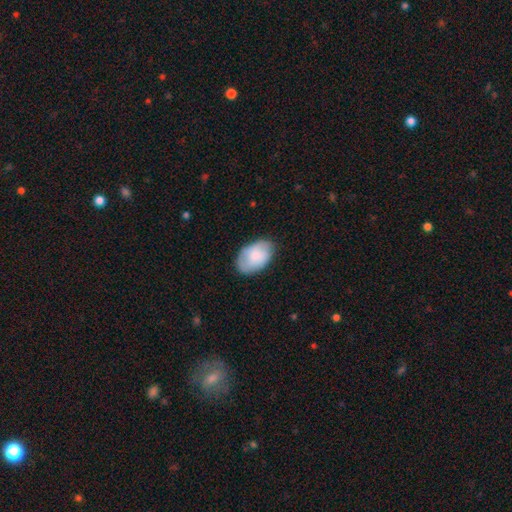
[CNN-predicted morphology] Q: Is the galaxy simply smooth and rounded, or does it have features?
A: smooth — 75%.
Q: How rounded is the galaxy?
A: in between — 90%.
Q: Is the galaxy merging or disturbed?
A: none — 74%.